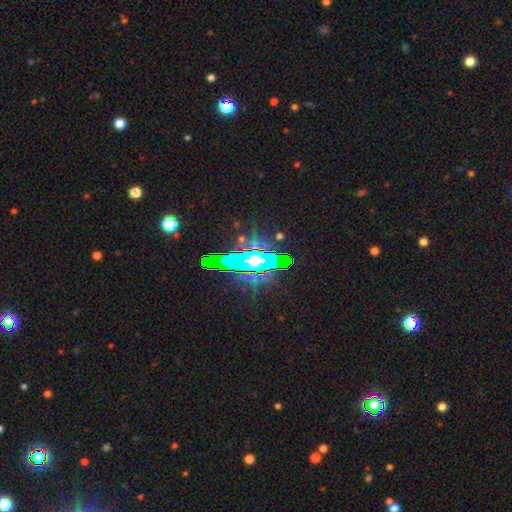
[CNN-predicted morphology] Smooth or featured? star or artifact (63%)